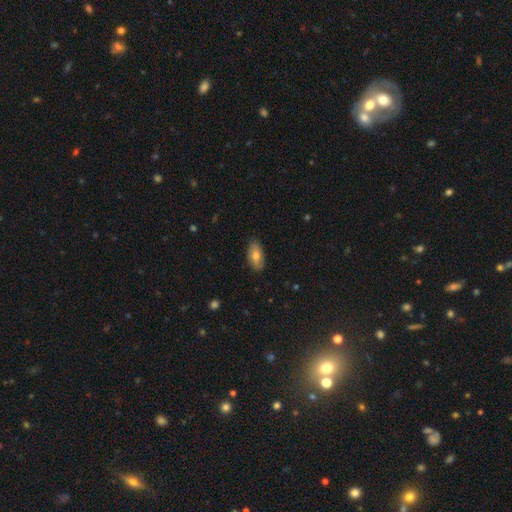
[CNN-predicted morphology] A smooth galaxy with no disk features (71%) that is in between round and cigar-shaped (90%).

Vote fractions:
- Smooth or featured? smooth: 71% / featured or disk: 22% / star or artifact: 7%
- How rounded? in between: 90% / cigar-shaped: 6% / round: 4%
- Merging? none: 83% / minor disturbance: 13% / major disturbance: 2% / merger: 1%